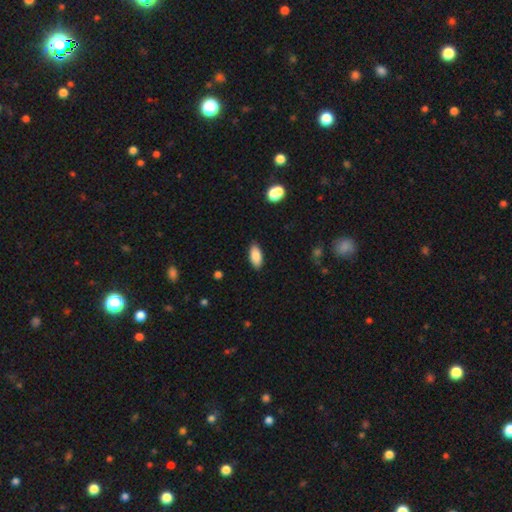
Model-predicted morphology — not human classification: This appears to be a smooth galaxy with no disk features (87%) that is in between round and cigar-shaped (89%). Merging: none (88%).